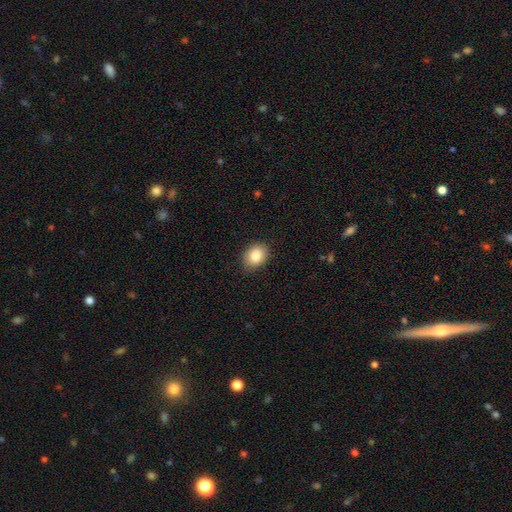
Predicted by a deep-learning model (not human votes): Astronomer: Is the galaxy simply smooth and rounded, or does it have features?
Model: smooth — 87%.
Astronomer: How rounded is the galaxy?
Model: in between — 62%.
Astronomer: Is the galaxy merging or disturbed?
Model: none — 86%.